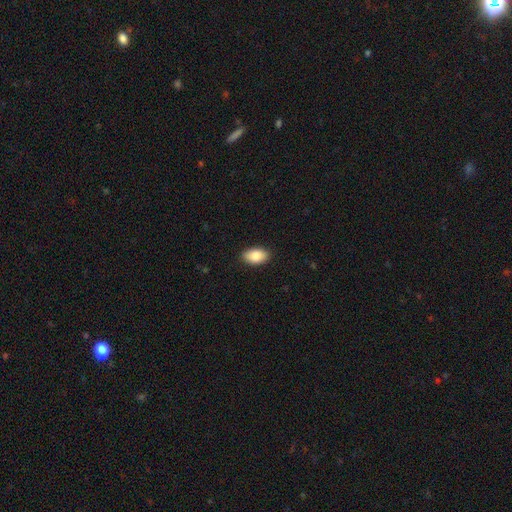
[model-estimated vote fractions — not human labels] This is clearly a smooth galaxy (87%). How rounded: clearly in between (93%). Merging: clearly none (89%).